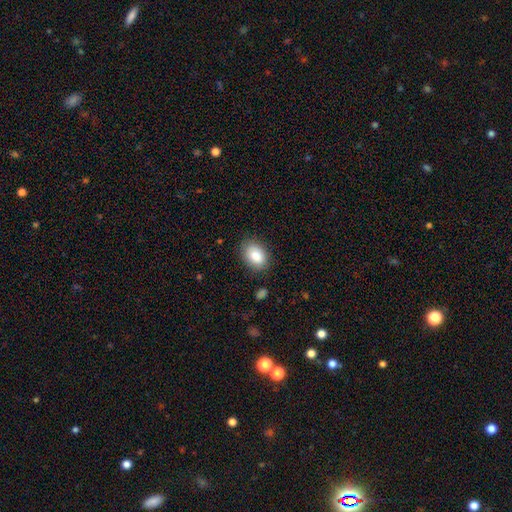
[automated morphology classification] The model was most divided on "how rounded": in between: 80%, round: 19%, cigar-shaped: 1%. More confident: smooth or featured — smooth (86%); merging — none (83%).